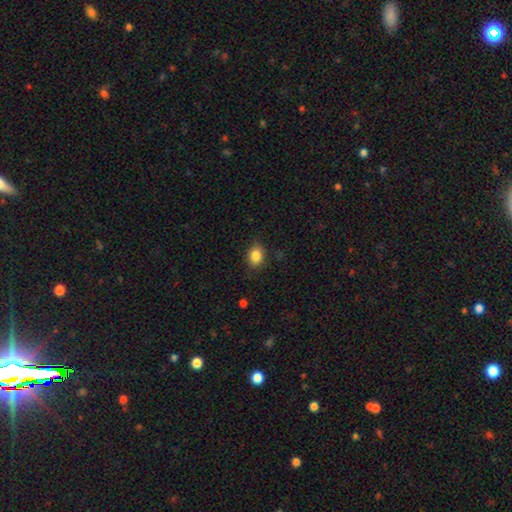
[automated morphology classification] This is clearly a smooth galaxy (86%). How rounded: possibly in between (60%). Merging: clearly none (80%).